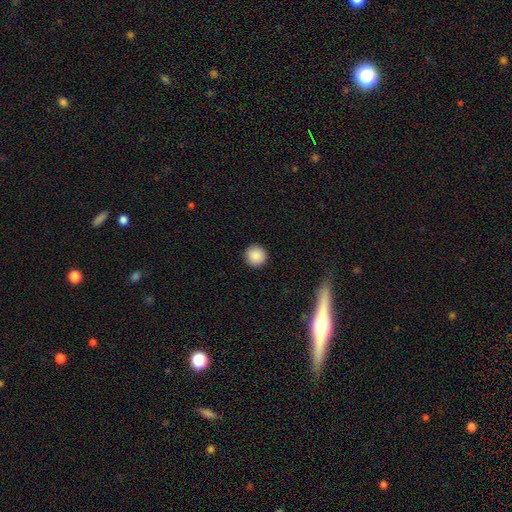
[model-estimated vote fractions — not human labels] Smooth or featured? Predicted: smooth (p=0.89). How rounded? Predicted: round (p=0.96). Merging? Predicted: none (p=0.93).